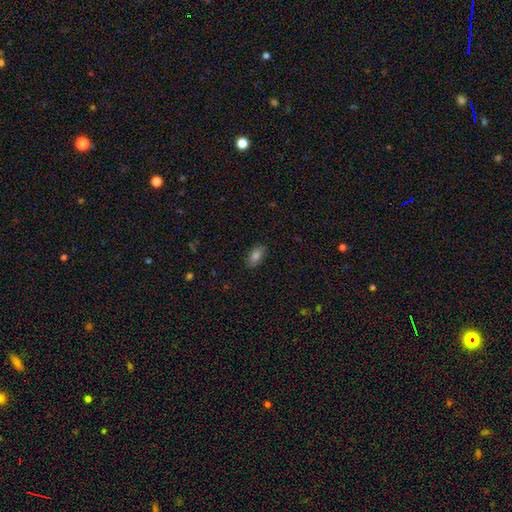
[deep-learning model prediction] smooth_or_featured: smooth (p=0.80) [alt: featured or disk p=0.11]
how_rounded: in between (p=0.91) [alt: round p=0.05]
merging: none (p=0.86) [alt: minor disturbance p=0.10]